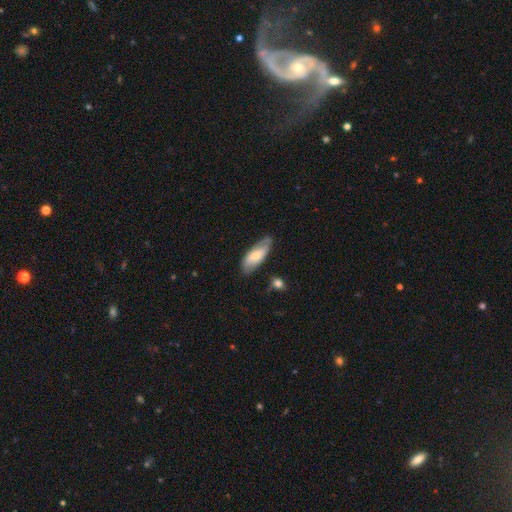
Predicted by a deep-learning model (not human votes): smooth 55%, featured or disk 39%, star or artifact 6%. Down the decision tree: how rounded — in between (77%); merging — none (66%).